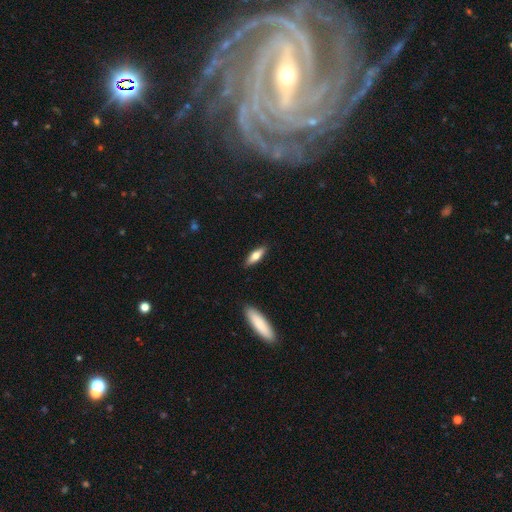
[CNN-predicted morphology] This appears to be a smooth galaxy with no disk features (67%) that is in between round and cigar-shaped (51%). Merging: none (88%).